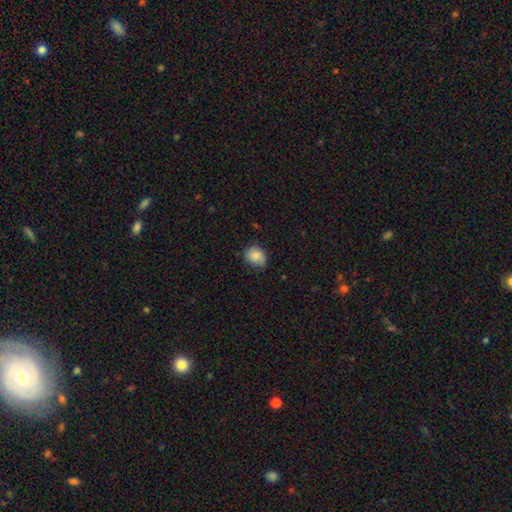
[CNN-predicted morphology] A smooth galaxy with no disk features (77%) that is round (59%). Merging: none (63%).